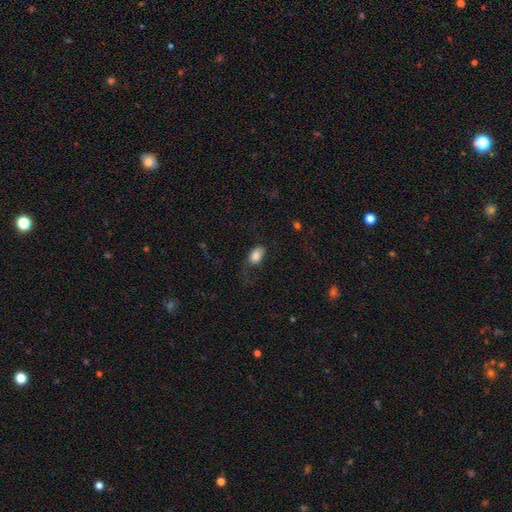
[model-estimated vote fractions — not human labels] smooth 83%, featured or disk 9%, star or artifact 8%. Down the decision tree: how rounded — in between (91%); merging — none (49%).